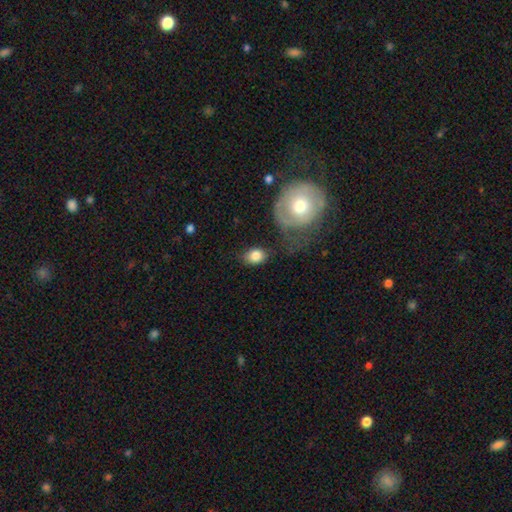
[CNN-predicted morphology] smooth 83%, featured or disk 10%, star or artifact 7%. Down the decision tree: how rounded — in between (69%); merging — none (70%).